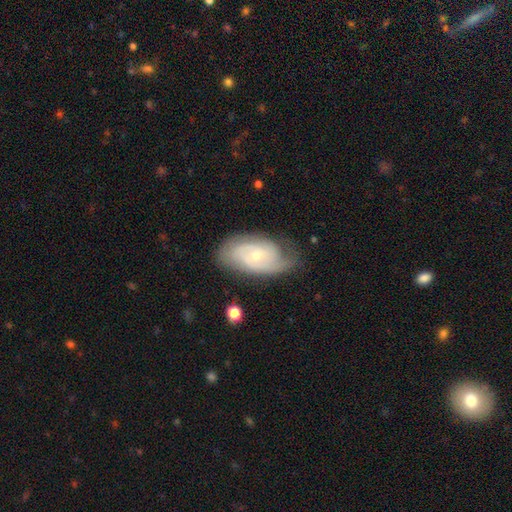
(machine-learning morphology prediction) A featured or disk galaxy (72%) with no bar (71%), 2 (45%) tight (53%) spiral arms (87%) and a small central bulge (62%). Merging: none (67%).